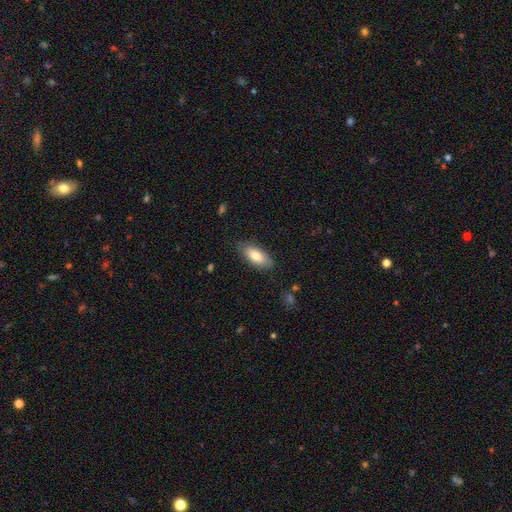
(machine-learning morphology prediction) Smooth or featured: smooth — 78% (featured or disk — 16%)
How rounded: in between — 86% (cigar-shaped — 12%)
Merging: none — 81% (minor disturbance — 15%)